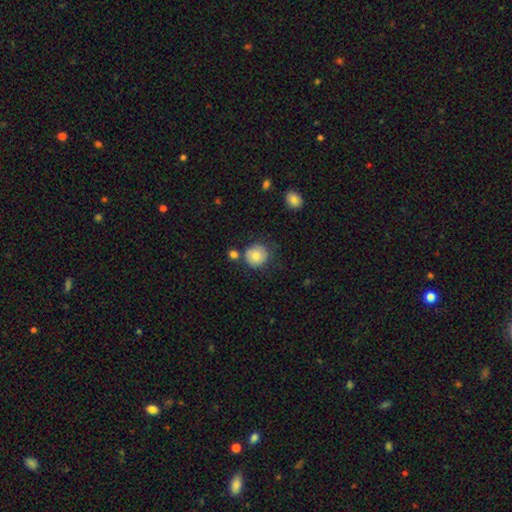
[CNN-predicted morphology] A smooth galaxy with no disk features (81%) that is round (88%). Merging: none (66%).